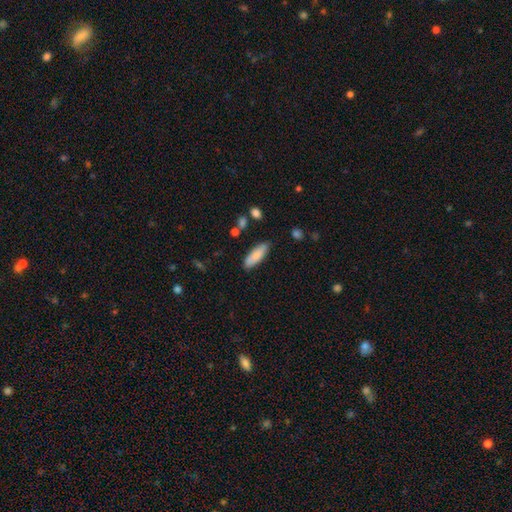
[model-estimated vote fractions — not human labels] Overall: smooth (80%). How rounded: in between (55%; cigar-shaped 43%). Merging: none (84%).